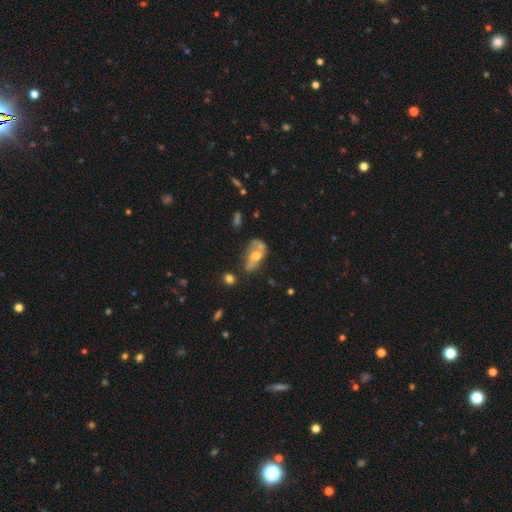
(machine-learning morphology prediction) A featured or disk galaxy (52%).

Vote fractions:
- Smooth or featured? featured or disk: 52% / smooth: 38% / star or artifact: 10%
- Edge-on disk? no: 87% / yes: 13%
- Merging? none: 30% / major disturbance: 25% / merger: 25% / minor disturbance: 20%